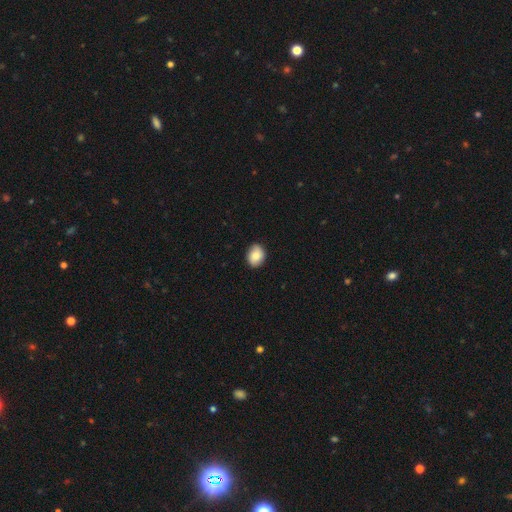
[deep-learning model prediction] Q: Smooth or featured?
A: smooth (82%); runner-up: featured or disk (11%)
Q: How rounded?
A: in between (57%); runner-up: round (42%)
Q: Merging?
A: none (86%); runner-up: minor disturbance (11%)